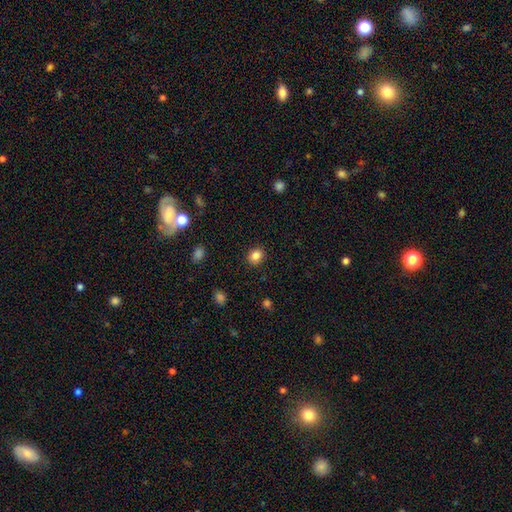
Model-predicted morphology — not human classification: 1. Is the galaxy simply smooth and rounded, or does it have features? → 84% smooth, 11% star or artifact, 5% featured or disk.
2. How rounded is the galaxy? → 62% round, 38% in between, 1% cigar-shaped.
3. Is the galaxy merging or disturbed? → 89% none, 8% minor disturbance, 2% major disturbance, 1% merger.